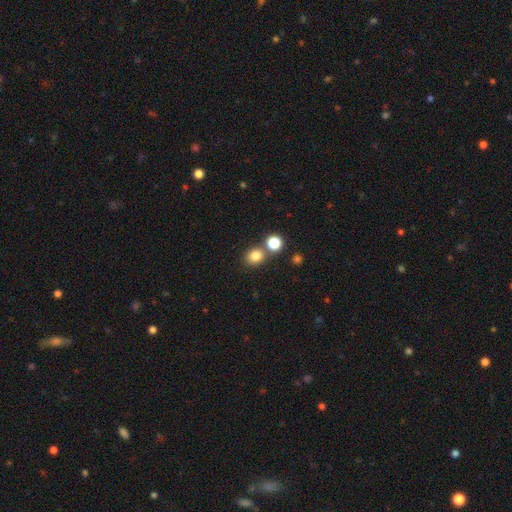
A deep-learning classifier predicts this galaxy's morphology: Smooth or featured: smooth — 81% (star or artifact — 13%)
How rounded: round — 69% (in between — 30%)
Merging: none — 67% (merger — 22%)